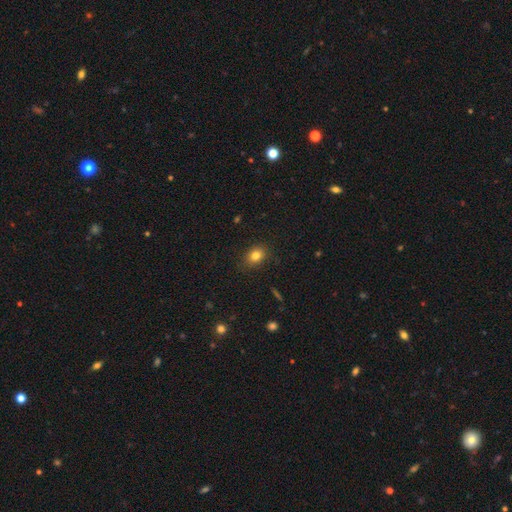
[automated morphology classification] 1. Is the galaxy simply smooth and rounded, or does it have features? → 81% smooth, 12% star or artifact, 7% featured or disk.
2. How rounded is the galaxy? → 53% in between, 46% round, 1% cigar-shaped.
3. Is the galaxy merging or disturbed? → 85% none, 11% minor disturbance, 3% major disturbance, 1% merger.